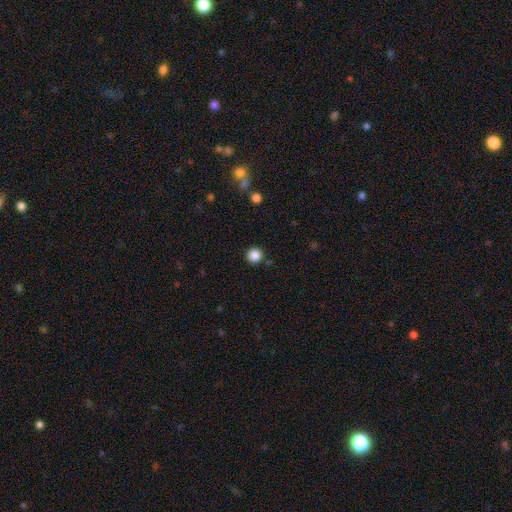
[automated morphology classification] Smooth or featured? Predicted: smooth (p=0.86). How rounded? Predicted: round (p=0.95). Merging? Predicted: none (p=0.90).